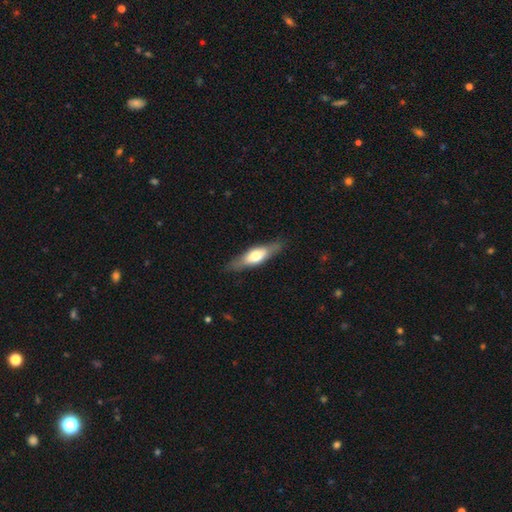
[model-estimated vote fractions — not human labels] Morphology: type=smooth (49%); merging=none (84%).